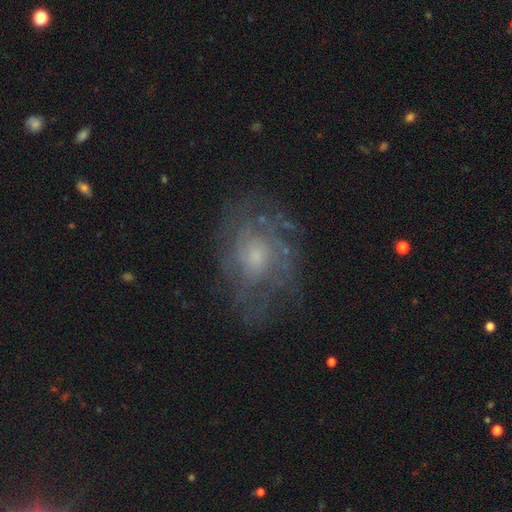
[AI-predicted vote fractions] This is likely a featured or disk galaxy (69%). It is clearly not viewed edge-on (97%). Bar: likely no (77%). Spiral arm pattern: likely yes (71%). Central bulge: possibly small (55%). Merging: likely none (67%).